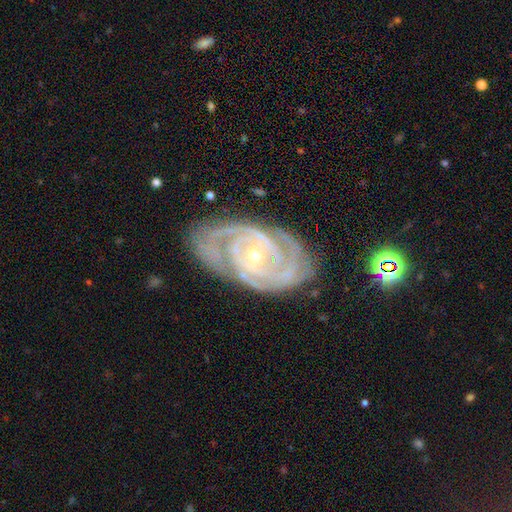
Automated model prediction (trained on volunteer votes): smooth_or_featured: featured or disk (p=0.91) [alt: star or artifact p=0.05]
disk_edge_on: no (p=0.97) [alt: yes p=0.03]
bar: no (p=0.63) [alt: weak p=0.25]
has_spiral_arms: yes (p=0.98) [alt: no p=0.02]
spiral_winding: tight (p=0.77) [alt: medium p=0.20]
spiral_arm_count: 2 (p=0.38) [alt: 3 p=0.26]
bulge_size: small (p=0.71) [alt: moderate p=0.26]
merging: none (p=0.75) [alt: minor disturbance p=0.18]